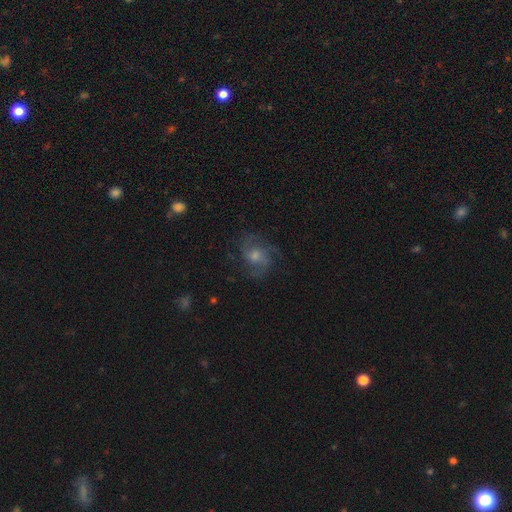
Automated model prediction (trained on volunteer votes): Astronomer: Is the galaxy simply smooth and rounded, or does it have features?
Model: featured or disk — 75%.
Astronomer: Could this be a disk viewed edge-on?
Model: no — 97%.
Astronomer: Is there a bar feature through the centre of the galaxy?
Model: no — 63%.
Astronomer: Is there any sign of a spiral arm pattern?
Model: yes — 93%.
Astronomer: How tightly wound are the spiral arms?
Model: medium — 54%.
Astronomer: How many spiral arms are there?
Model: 3 — 36% (runner-up: 2, 27%).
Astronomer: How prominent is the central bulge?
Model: moderate — 53% (runner-up: small, 33%).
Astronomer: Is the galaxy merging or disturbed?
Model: none — 71%.